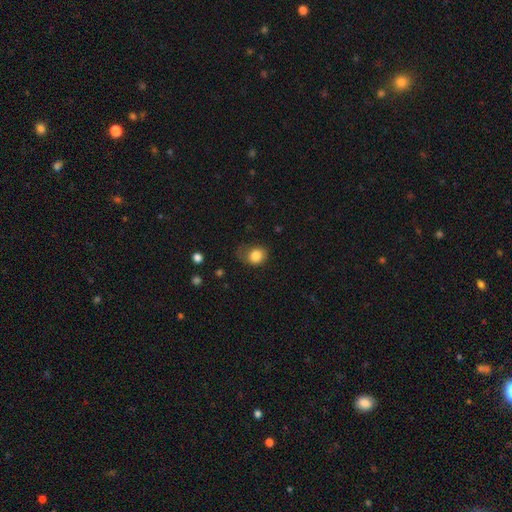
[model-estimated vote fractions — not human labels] This appears to be a smooth galaxy with no disk features (83%) that is round (61%). Merging: none (49%).